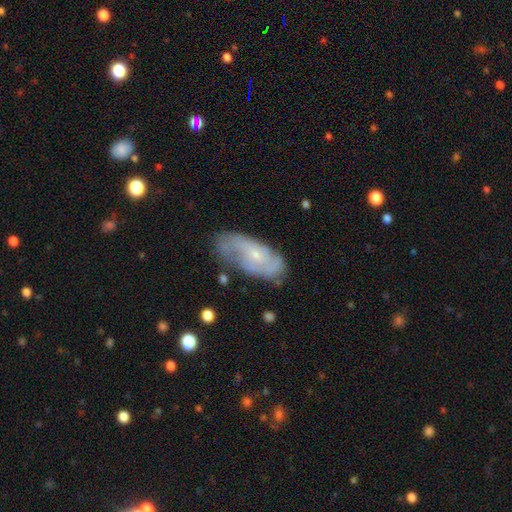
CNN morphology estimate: smooth_or_featured: featured or disk (p=0.62) [alt: smooth p=0.31]
disk_edge_on: no (p=0.92) [alt: yes p=0.08]
bar: no (p=0.72) [alt: weak p=0.24]
has_spiral_arms: yes (p=0.75) [alt: no p=0.25]
bulge_size: small (p=0.75) [alt: moderate p=0.19]
merging: none (p=0.60) [alt: minor disturbance p=0.27]